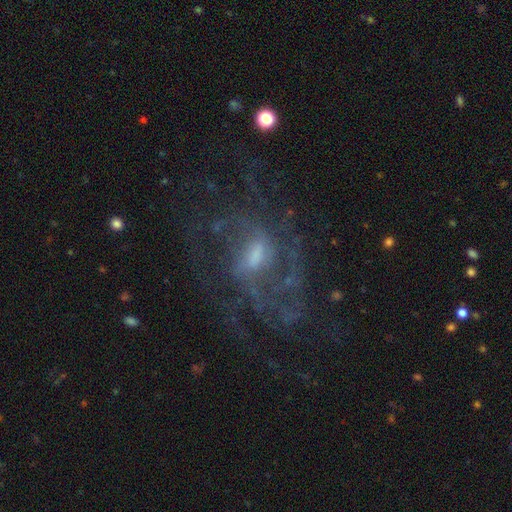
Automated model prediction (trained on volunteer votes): The model was most divided on "bulge size": moderate: 44%, small: 35%, none: 12%, large: 7%, dominant: 1%. Remaining: edge-on disk — no (97%); spiral arms — yes (88%); smooth or featured — featured or disk (80%); bar — weak (54%); merging — none (52%); spiral winding — medium (47%); spiral arm count — 2 (37%).